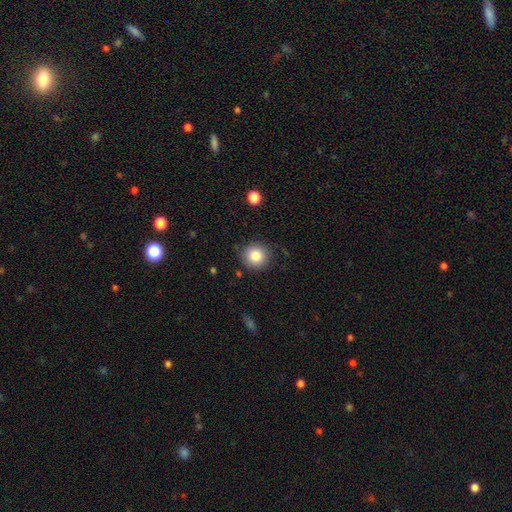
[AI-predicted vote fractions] This appears to be a smooth galaxy with no disk features (86%) that is round (91%). Merging: none (86%).